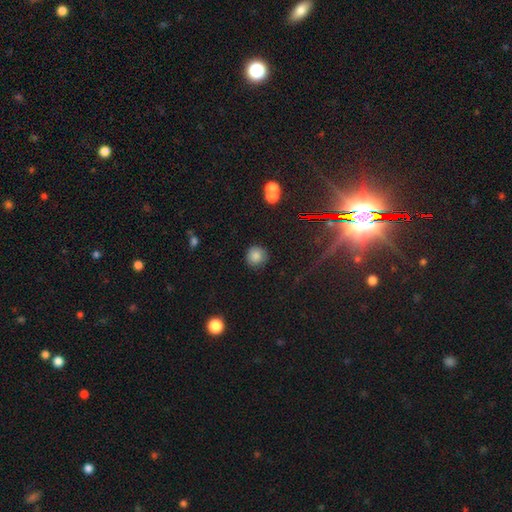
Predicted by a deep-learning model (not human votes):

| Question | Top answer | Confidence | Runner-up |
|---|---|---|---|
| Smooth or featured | smooth | 82% | star or artifact (12%) |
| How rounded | round | 91% | in between (8%) |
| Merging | none | 83% | minor disturbance (10%) |